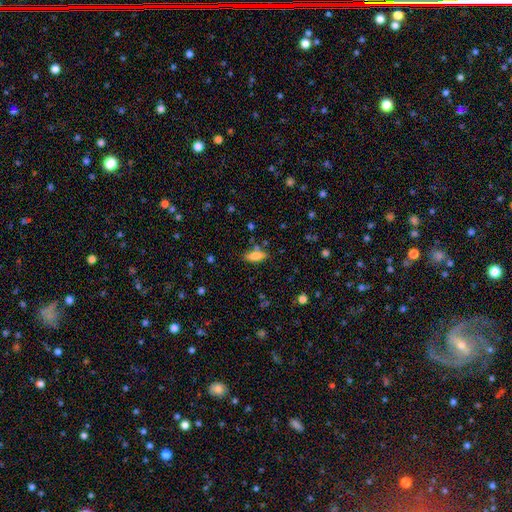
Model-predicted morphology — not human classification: Smooth or featured? Predicted: smooth (p=0.75). How rounded? Predicted: in between (p=0.69). Merging? Predicted: none (p=0.75).